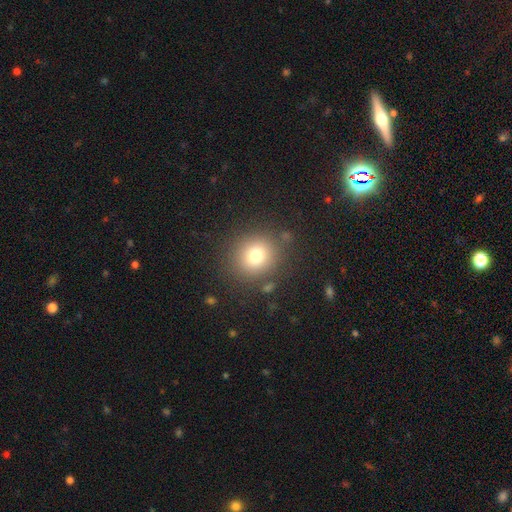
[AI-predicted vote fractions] The model was most divided on "smooth or featured": smooth: 76%, star or artifact: 14%, featured or disk: 10%. More confident: how rounded — round (88%); merging — none (84%).